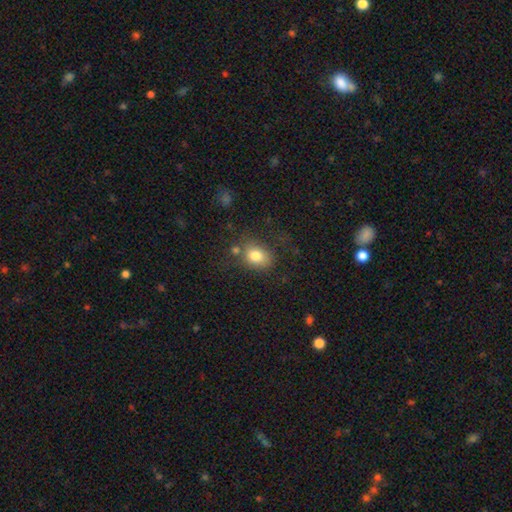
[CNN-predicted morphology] smooth_or_featured: smooth (p=0.79) [alt: star or artifact p=0.11]
how_rounded: in between (p=0.53) [alt: round p=0.45]
merging: none (p=0.63) [alt: minor disturbance p=0.19]